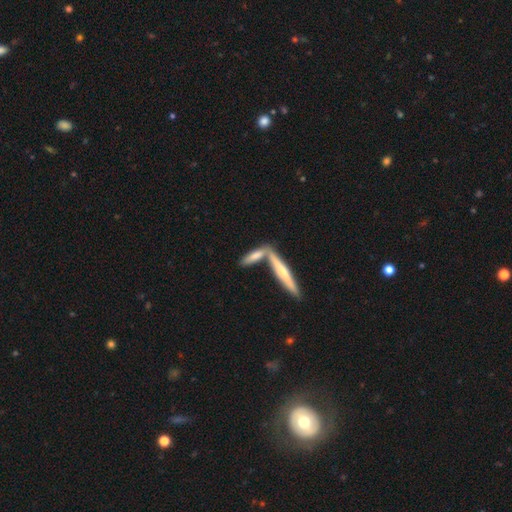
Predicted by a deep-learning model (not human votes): Q: Smooth or featured?
A: smooth (61%); runner-up: featured or disk (33%)
Q: How rounded?
A: cigar-shaped (75%); runner-up: in between (23%)
Q: Merging?
A: none (50%); runner-up: merger (37%)